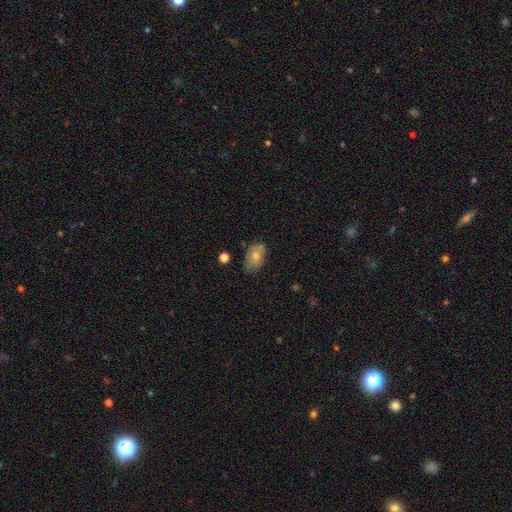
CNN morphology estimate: A smooth galaxy with no disk features (57%) that is in between round and cigar-shaped (85%). Merging: none (74%).